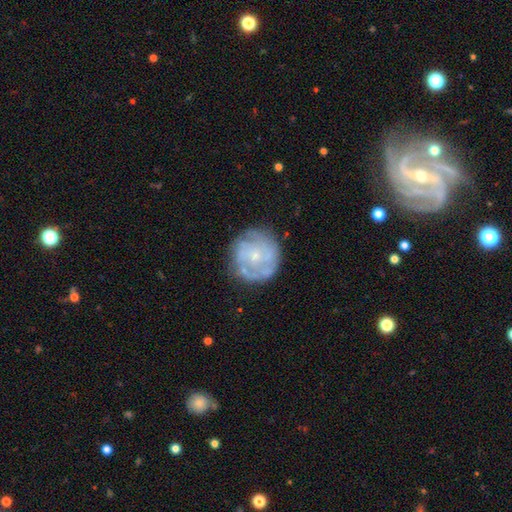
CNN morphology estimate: Q: Smooth or featured?
A: featured or disk (69%); runner-up: smooth (24%)
Q: Edge-on disk?
A: no (98%); runner-up: yes (2%)
Q: Bar?
A: no (78%); runner-up: weak (19%)
Q: Spiral arms?
A: yes (73%); runner-up: no (27%)
Q: Bulge size?
A: small (66%); runner-up: moderate (26%)
Q: Merging?
A: none (74%); runner-up: minor disturbance (17%)